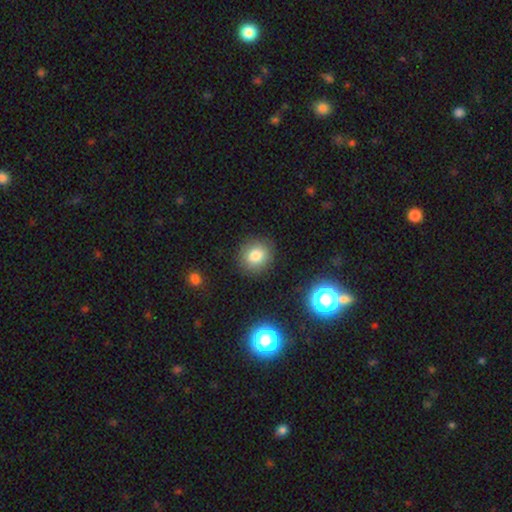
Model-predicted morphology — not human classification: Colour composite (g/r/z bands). It shows a smooth galaxy with no disk features (80%) that is round (79%). Merging: none (88%).